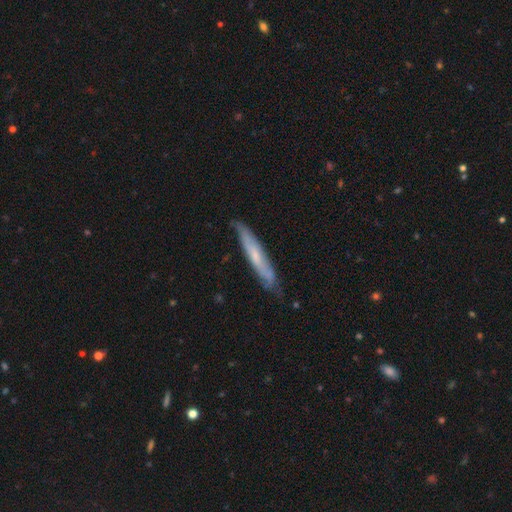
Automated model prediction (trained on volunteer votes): smooth_or_featured: featured or disk (p=0.54) [alt: smooth p=0.40]
disk_edge_on: yes (p=0.71) [alt: no p=0.29]
merging: none (p=0.75) [alt: minor disturbance p=0.20]